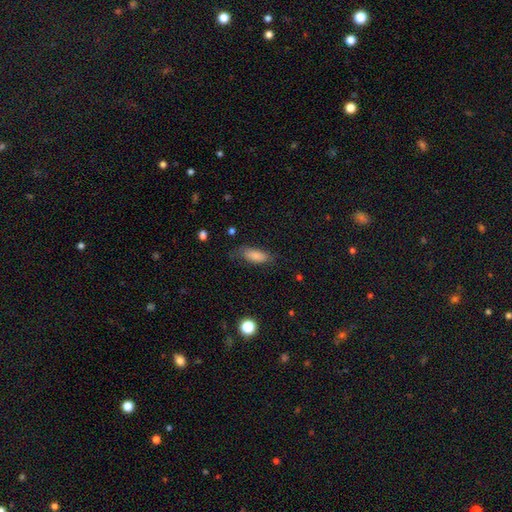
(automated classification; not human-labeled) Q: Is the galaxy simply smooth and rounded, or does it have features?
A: smooth — 83%.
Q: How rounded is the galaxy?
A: in between — 78%.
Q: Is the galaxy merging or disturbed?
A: none — 65%.